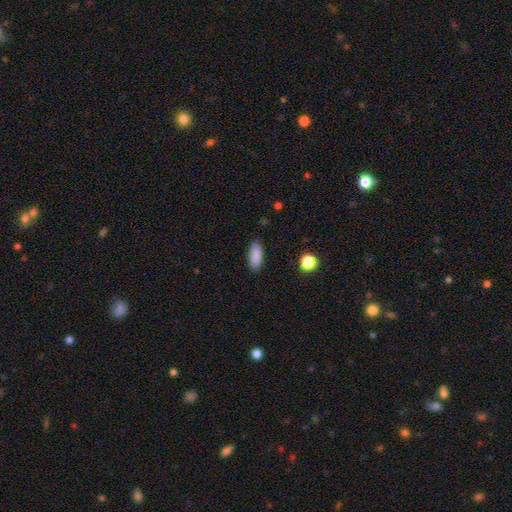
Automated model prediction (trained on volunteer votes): Smooth or featured: smooth — 88% (star or artifact — 7%)
How rounded: in between — 77% (cigar-shaped — 20%)
Merging: none — 87% (minor disturbance — 9%)